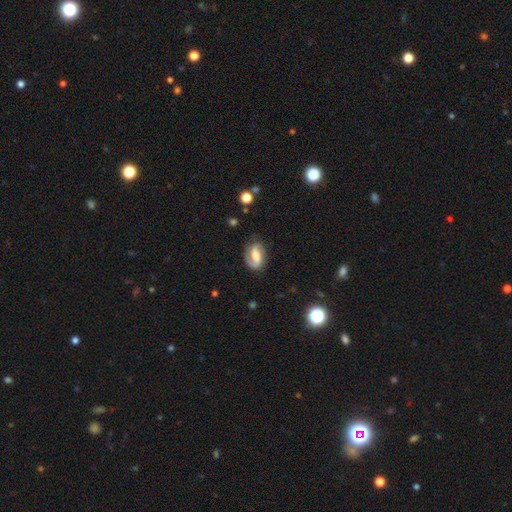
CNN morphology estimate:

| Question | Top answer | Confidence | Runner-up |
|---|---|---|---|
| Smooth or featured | featured or disk | 68% | smooth (25%) |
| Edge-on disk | no | 96% | yes (4%) |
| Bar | weak | 43% | strong (32%) |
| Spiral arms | yes | 90% | no (10%) |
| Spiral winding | medium | 42% | loose (32%) |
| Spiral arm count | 2 | 66% | 1 (26%) |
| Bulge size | moderate | 53% | small (22%) |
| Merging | none | 73% | minor disturbance (18%) |